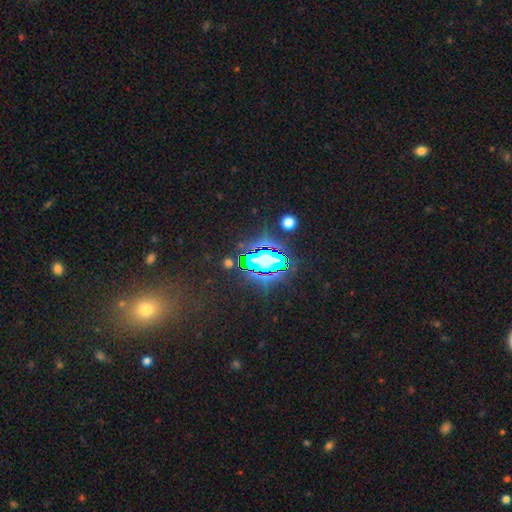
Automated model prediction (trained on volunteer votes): smooth_or_featured: star or artifact (p=0.80) [alt: smooth p=0.12]